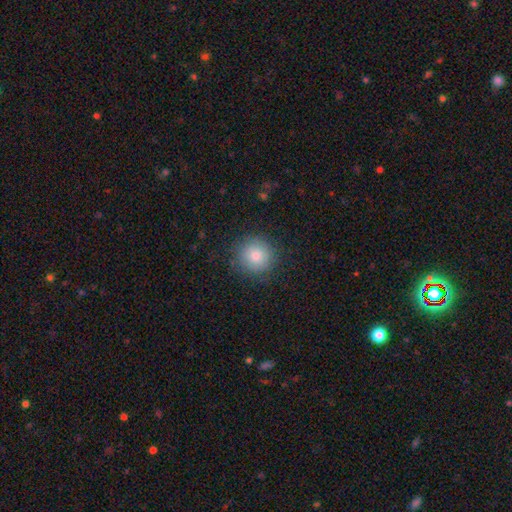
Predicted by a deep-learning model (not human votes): Smooth or featured? Predicted: smooth (p=0.81). How rounded? Predicted: round (p=0.94). Merging? Predicted: none (p=0.88).